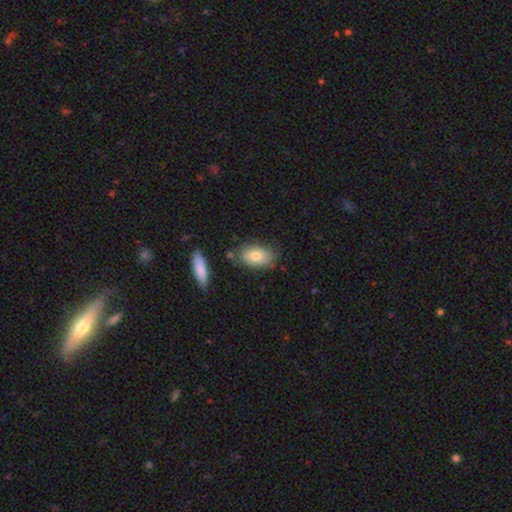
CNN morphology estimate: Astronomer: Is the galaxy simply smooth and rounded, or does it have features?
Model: smooth — 76%.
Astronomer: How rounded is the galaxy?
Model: in between — 88%.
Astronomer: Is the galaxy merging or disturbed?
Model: none — 70%.